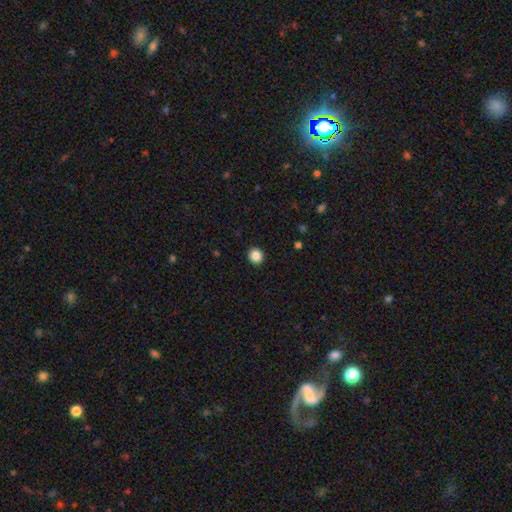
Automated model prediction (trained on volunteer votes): A smooth galaxy with no disk features (86%) that is round (89%).

Vote fractions:
- Smooth or featured? smooth: 86% / star or artifact: 10% / featured or disk: 3%
- How rounded? round: 89% / in between: 10% / cigar-shaped: 1%
- Merging? none: 93% / minor disturbance: 5% / major disturbance: 2% / merger: 1%